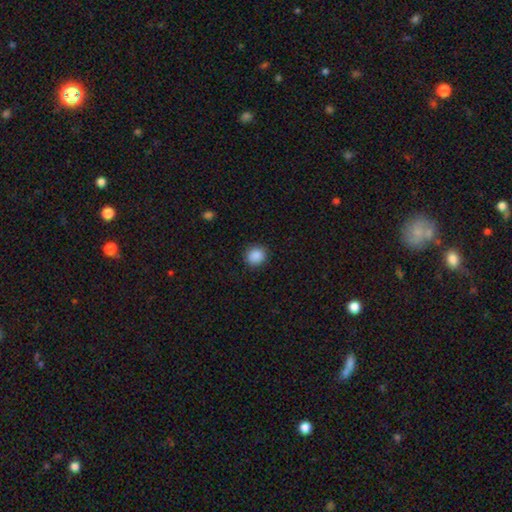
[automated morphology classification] Q: Smooth or featured?
A: smooth (89%); runner-up: star or artifact (9%)
Q: How rounded?
A: round (84%); runner-up: in between (16%)
Q: Merging?
A: none (89%); runner-up: minor disturbance (8%)